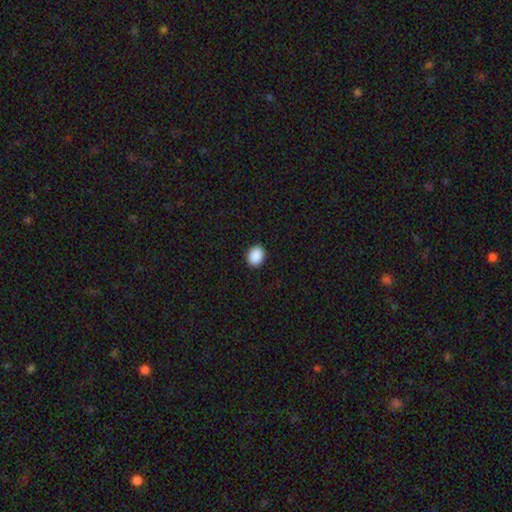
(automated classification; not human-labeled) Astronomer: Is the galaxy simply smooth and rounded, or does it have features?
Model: smooth — 90%.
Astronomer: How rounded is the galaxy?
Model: in between — 56% (runner-up: round, 43%).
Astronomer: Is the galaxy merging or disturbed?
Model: none — 91%.